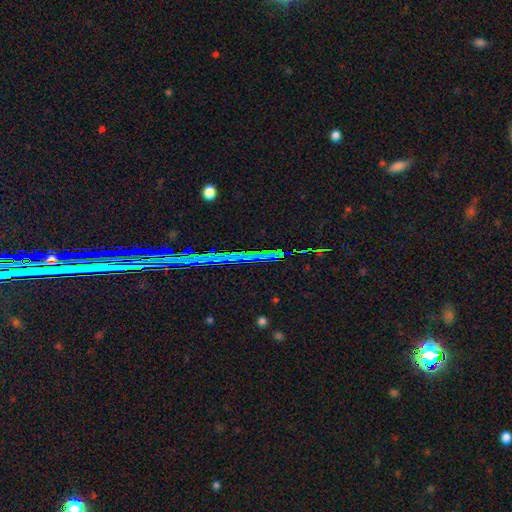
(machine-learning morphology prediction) The model was most divided on "smooth or featured": star or artifact: 77%, featured or disk: 13%, smooth: 9%.